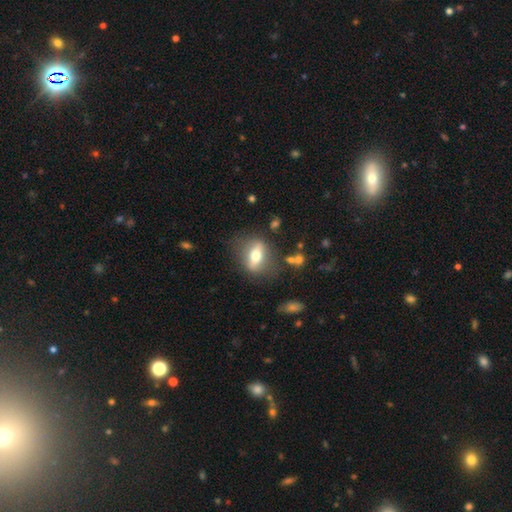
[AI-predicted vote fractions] Smooth or featured?
  - smooth: 49% *
  - featured or disk: 43%
  - star or artifact: 8%
Merging?
  - none: 75% *
  - minor disturbance: 15%
  - major disturbance: 8%
  - merger: 3%